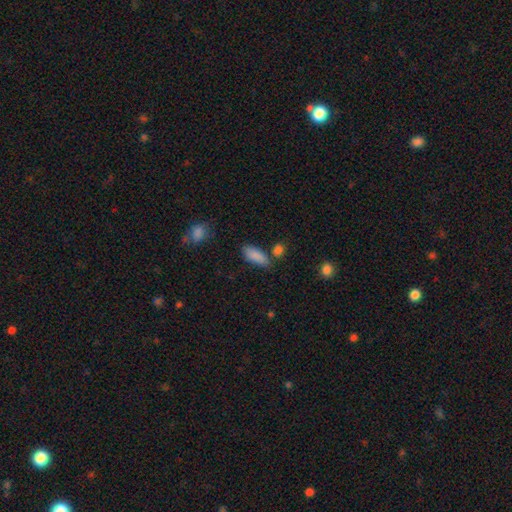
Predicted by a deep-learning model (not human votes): Smooth or featured? Predicted: smooth (p=0.87). How rounded? Predicted: in between (p=0.77). Merging? Predicted: none (p=0.70).